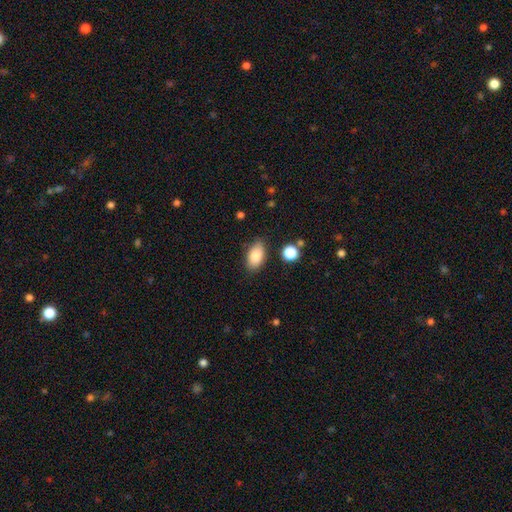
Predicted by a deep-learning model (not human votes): smooth-or-featured: smooth: 85% | featured or disk: 8% | star or artifact: 8%
  how-rounded: in between: 91% | round: 6% | cigar-shaped: 3%
  merging: none: 82% | minor disturbance: 12% | major disturbance: 3% | merger: 2%